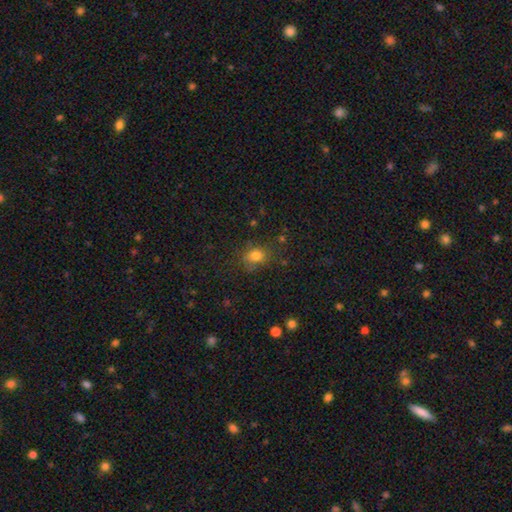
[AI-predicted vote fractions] Smooth or featured? smooth (77%)
How rounded? round (57%)
Merging? none (74%)